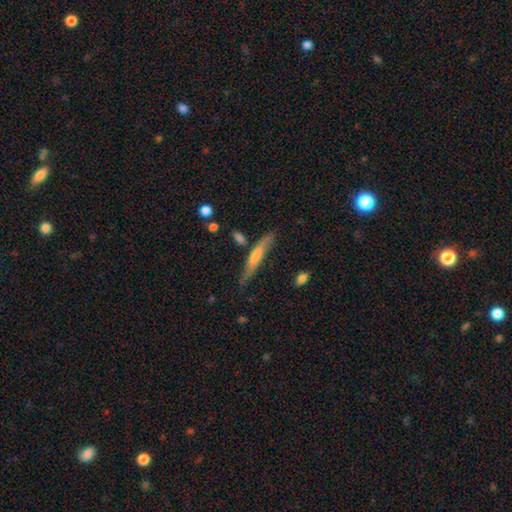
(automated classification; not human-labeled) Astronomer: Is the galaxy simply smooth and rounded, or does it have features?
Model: smooth — 54% (runner-up: featured or disk, 40%).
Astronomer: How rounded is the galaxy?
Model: cigar-shaped — 89%.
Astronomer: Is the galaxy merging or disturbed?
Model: none — 67%.